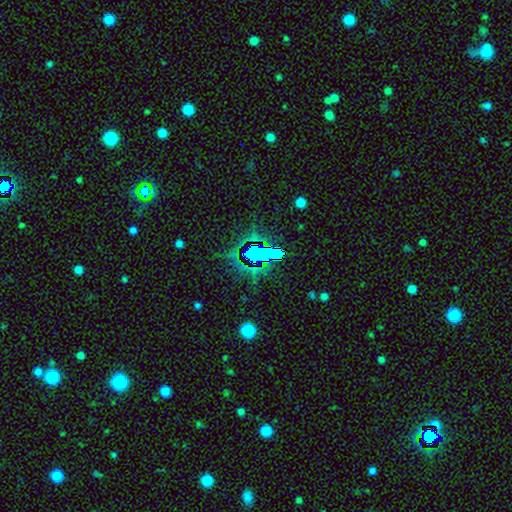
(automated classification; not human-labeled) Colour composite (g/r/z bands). It shows a star or artifact, not a galaxy (68%).